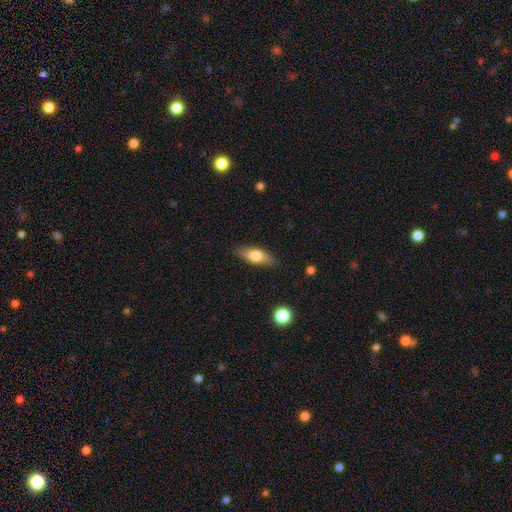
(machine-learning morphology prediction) smooth 74%, featured or disk 20%, star or artifact 7%. Down the decision tree: how rounded — in between (72%); merging — none (85%).